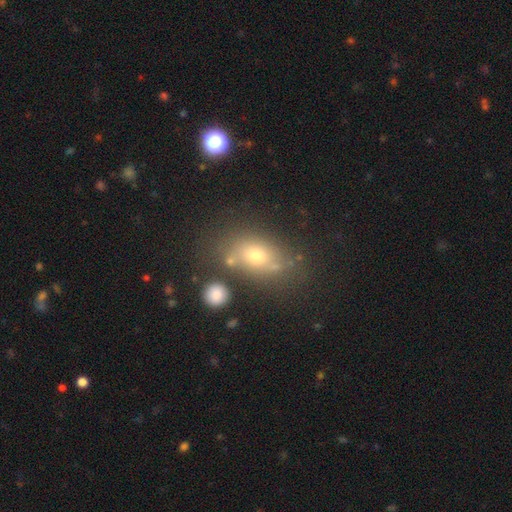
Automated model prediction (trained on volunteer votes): smooth-or-featured: smooth: 66% | featured or disk: 20% | star or artifact: 14%
  how-rounded: in between: 73% | round: 24% | cigar-shaped: 3%
  merging: none: 63% | minor disturbance: 18% | merger: 11% | major disturbance: 8%